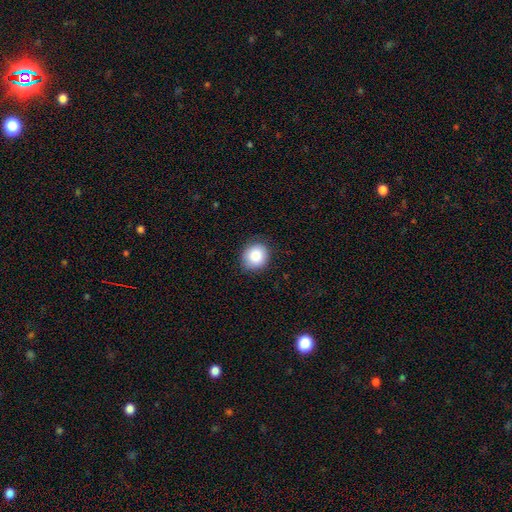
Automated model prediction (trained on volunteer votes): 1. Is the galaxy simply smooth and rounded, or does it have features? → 85% smooth, 8% star or artifact, 6% featured or disk.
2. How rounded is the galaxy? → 76% round, 23% in between, 1% cigar-shaped.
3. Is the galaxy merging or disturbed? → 85% none, 11% minor disturbance, 3% major disturbance, 1% merger.